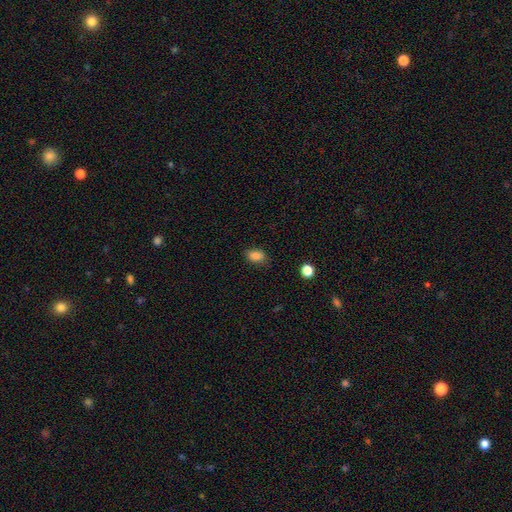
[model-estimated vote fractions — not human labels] Overall: smooth (84%). How rounded: in between (79%). Merging: none (81%).